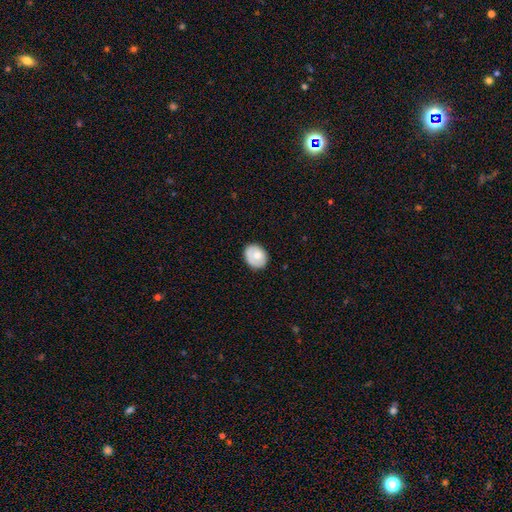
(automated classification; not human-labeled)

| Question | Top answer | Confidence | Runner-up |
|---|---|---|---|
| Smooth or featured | smooth | 70% | featured or disk (23%) |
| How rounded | in between | 50% | round (49%) |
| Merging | none | 77% | minor disturbance (17%) |